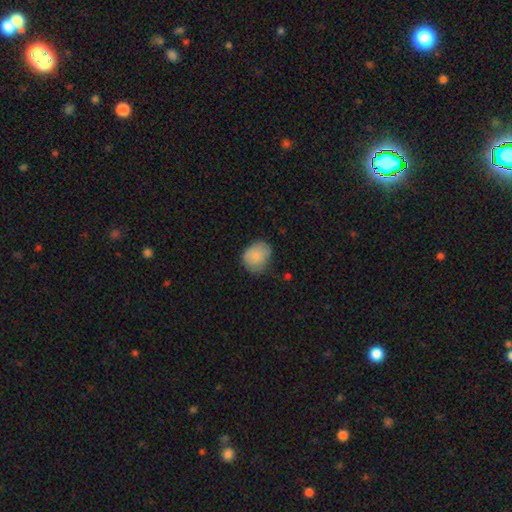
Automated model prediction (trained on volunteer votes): smooth-or-featured: smooth: 83% | featured or disk: 10% | star or artifact: 7%
  how-rounded: round: 55% | in between: 44% | cigar-shaped: 1%
  merging: none: 59% | minor disturbance: 32% | major disturbance: 8% | merger: 2%